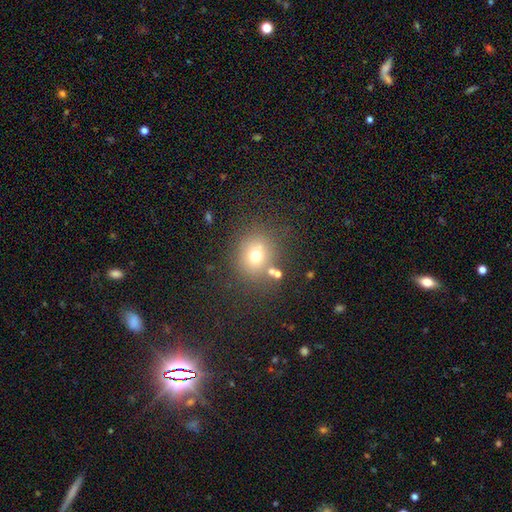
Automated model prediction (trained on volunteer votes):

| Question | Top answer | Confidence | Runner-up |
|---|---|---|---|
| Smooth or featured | smooth | 68% | star or artifact (17%) |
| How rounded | round | 75% | in between (24%) |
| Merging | none | 72% | minor disturbance (13%) |